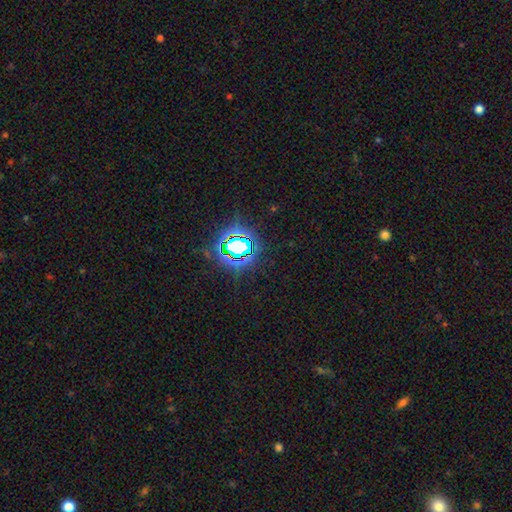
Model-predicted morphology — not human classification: This is clearly a star or artifact rather than a galaxy (82%).